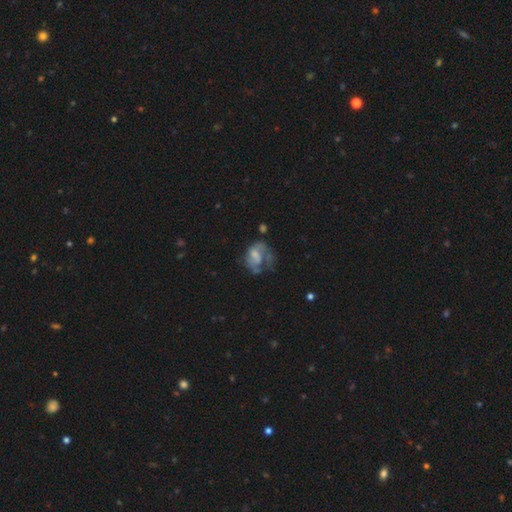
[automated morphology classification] Q: Smooth or featured?
A: featured or disk (53%); runner-up: smooth (37%)
Q: Edge-on disk?
A: no (98%); runner-up: yes (2%)
Q: Bar?
A: no (69%); runner-up: weak (26%)
Q: Spiral arms?
A: no (54%); runner-up: yes (46%)
Q: Bulge size?
A: small (31%); runner-up: none (30%)
Q: Merging?
A: major disturbance (43%); runner-up: none (29%)